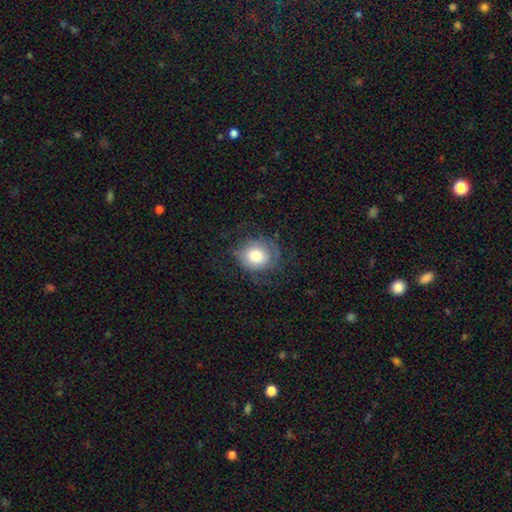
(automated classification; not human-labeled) A smooth galaxy with no disk features (61%) that is round (75%). Merging: none (61%).